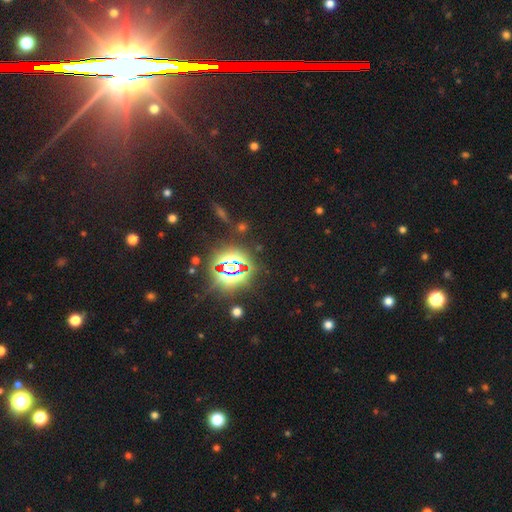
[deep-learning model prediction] Smooth or featured? star or artifact (82%)